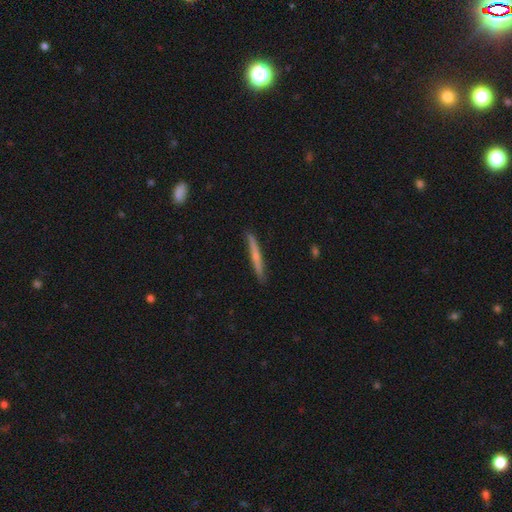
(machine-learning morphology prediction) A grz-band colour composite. It shows a smooth galaxy with no disk features (48%). Merging: none (87%).